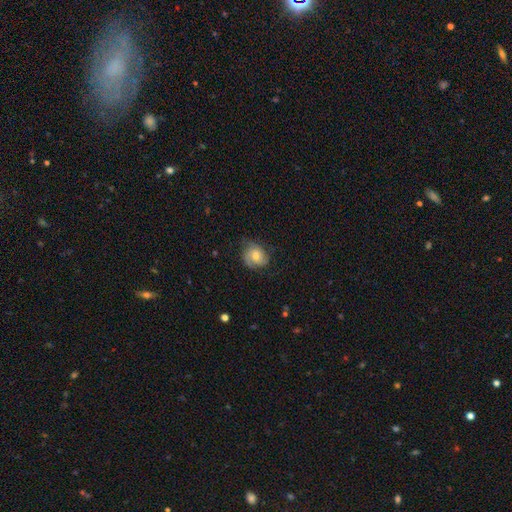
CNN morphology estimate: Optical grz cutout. It shows a featured or disk galaxy (48%). Merging: none (61%).